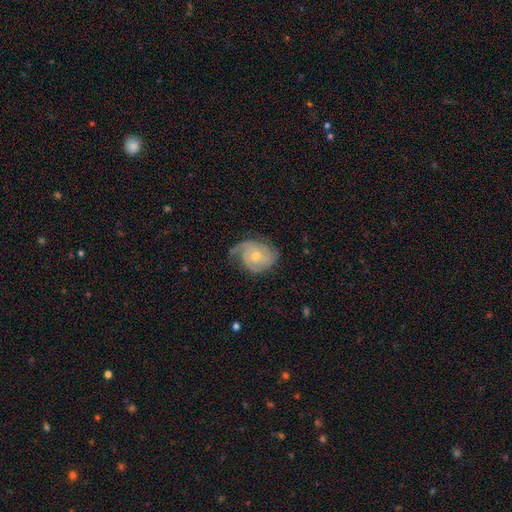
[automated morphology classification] The model was most divided on "bulge size": moderate: 49%, small: 47%, large: 2%, none: 1%, dominant: 1%. Remaining: edge-on disk — no (97%); spiral arms — yes (95%); smooth or featured — featured or disk (79%); bar — no (72%); merging — none (60%); spiral winding — tight (54%); spiral arm count — 2 (40%).